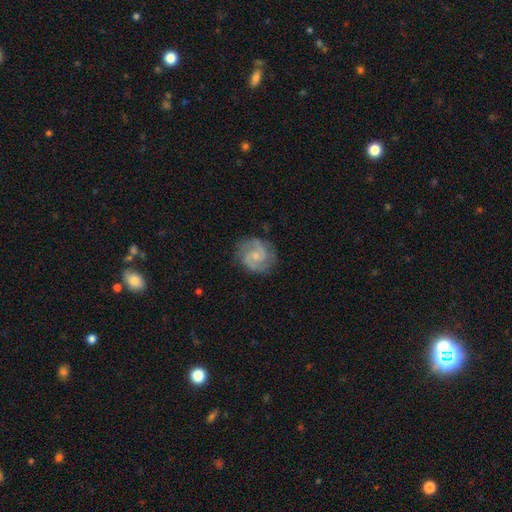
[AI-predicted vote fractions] Smooth or featured? Predicted: featured or disk (p=0.83). Edge-on disk? Predicted: no (p=0.98). Bar? Predicted: no (p=0.54). Spiral arms? Predicted: yes (p=0.97). Spiral winding? Predicted: medium (p=0.54). Spiral arm count? Predicted: 2 (p=0.87). Bulge size? Predicted: small (p=0.63). Merging? Predicted: none (p=0.80).